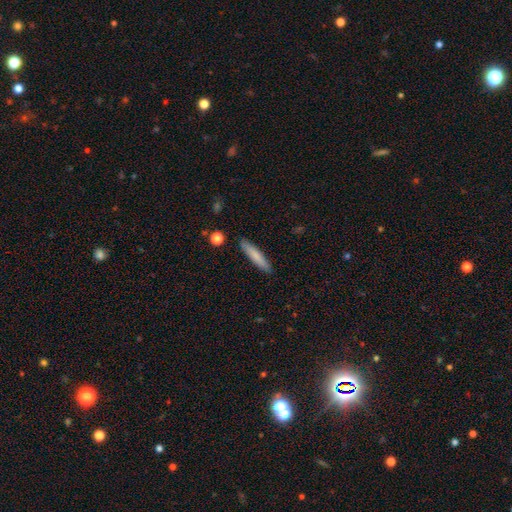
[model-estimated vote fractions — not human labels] Q: Smooth or featured?
A: smooth (77%); runner-up: featured or disk (17%)
Q: How rounded?
A: cigar-shaped (90%); runner-up: in between (9%)
Q: Merging?
A: none (89%); runner-up: minor disturbance (8%)